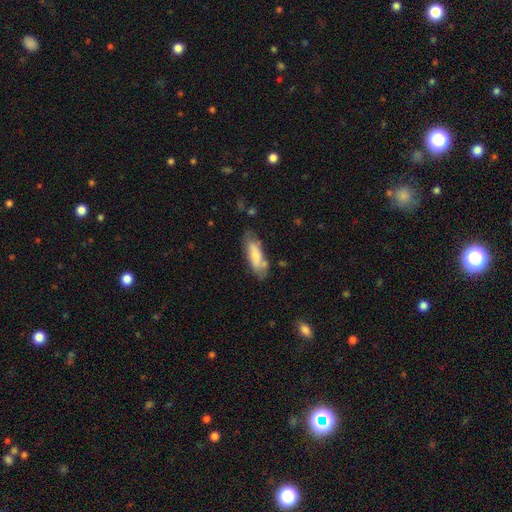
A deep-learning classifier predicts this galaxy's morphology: This appears to be a smooth galaxy with no disk features (69%) that is in between round and cigar-shaped (61%). Merging: none (62%).